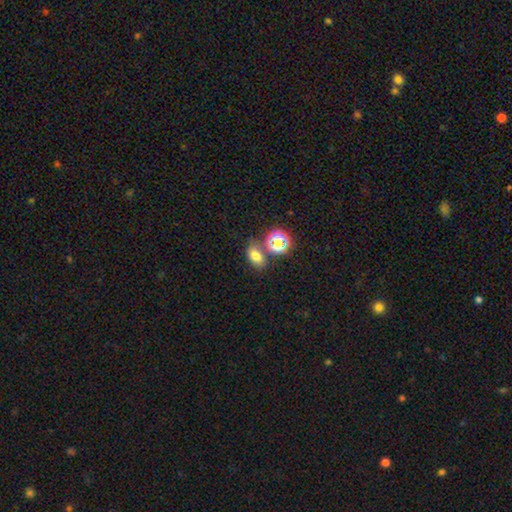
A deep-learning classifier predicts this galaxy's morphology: Q: Smooth or featured?
A: smooth (72%); runner-up: star or artifact (18%)
Q: How rounded?
A: in between (74%); runner-up: round (23%)
Q: Merging?
A: none (62%); runner-up: merger (22%)